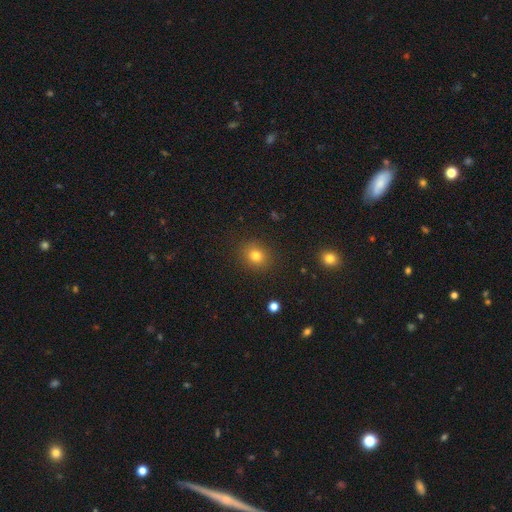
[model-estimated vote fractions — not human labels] smooth-or-featured: smooth: 79% | star or artifact: 14% | featured or disk: 7%
  how-rounded: round: 74% | in between: 25% | cigar-shaped: 1%
  merging: none: 88% | minor disturbance: 8% | major disturbance: 3% | merger: 1%